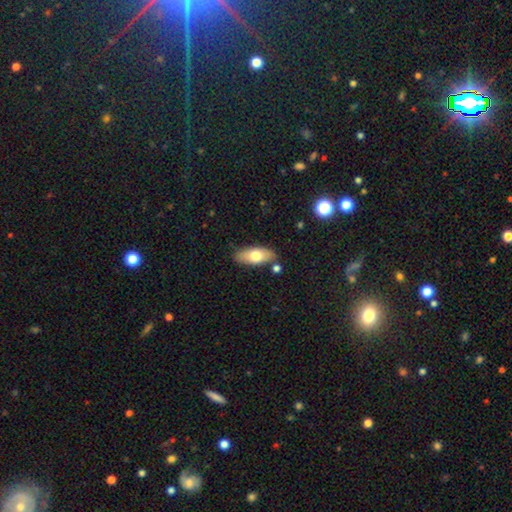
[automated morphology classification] Smooth or featured? Predicted: smooth (p=0.69). How rounded? Predicted: in between (p=0.82). Merging? Predicted: none (p=0.82).